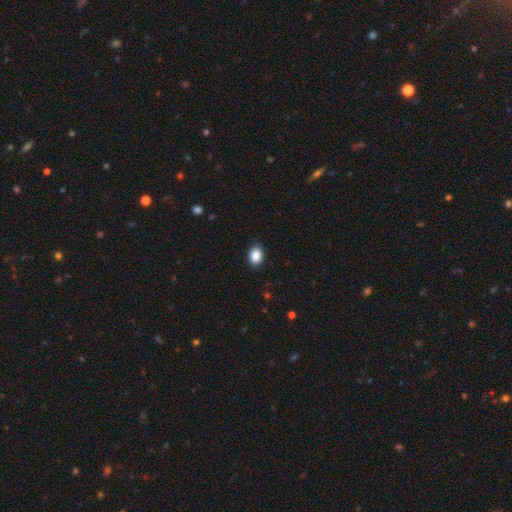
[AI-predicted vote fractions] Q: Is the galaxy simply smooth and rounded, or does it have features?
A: smooth — 89%.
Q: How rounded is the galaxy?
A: in between — 68%.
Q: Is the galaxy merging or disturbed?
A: none — 87%.